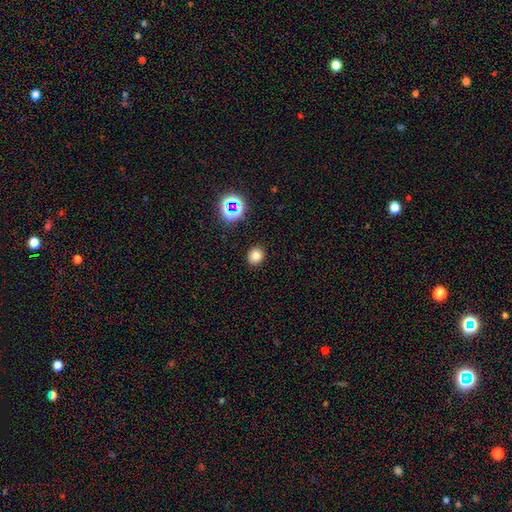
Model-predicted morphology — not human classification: Smooth or featured? Predicted: smooth (p=0.77). How rounded? Predicted: round (p=0.72). Merging? Predicted: none (p=0.90).